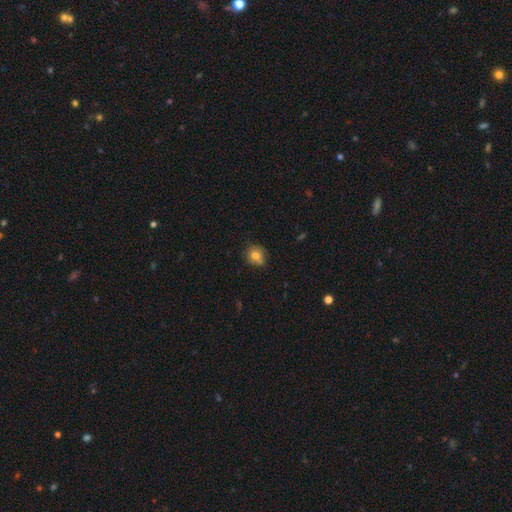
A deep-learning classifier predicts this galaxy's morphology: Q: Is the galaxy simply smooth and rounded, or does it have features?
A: smooth — 77%.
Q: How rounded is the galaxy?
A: round — 73%.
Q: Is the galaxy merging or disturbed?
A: none — 65%.